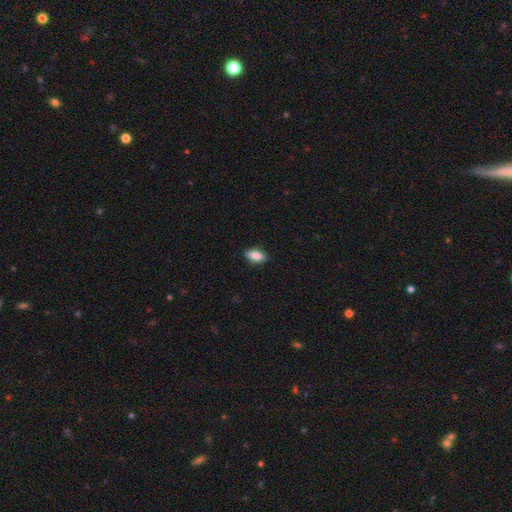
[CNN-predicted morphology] The model was most divided on "merging": none: 85%, minor disturbance: 12%, major disturbance: 2%, merger: 1%. More confident: how rounded — in between (86%); smooth or featured — smooth (83%).